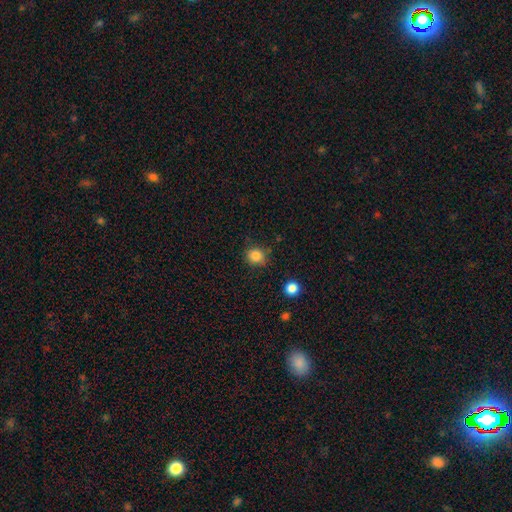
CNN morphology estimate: smooth 85%, star or artifact 11%, featured or disk 4%. Down the decision tree: how rounded — round (87%); merging — none (81%).